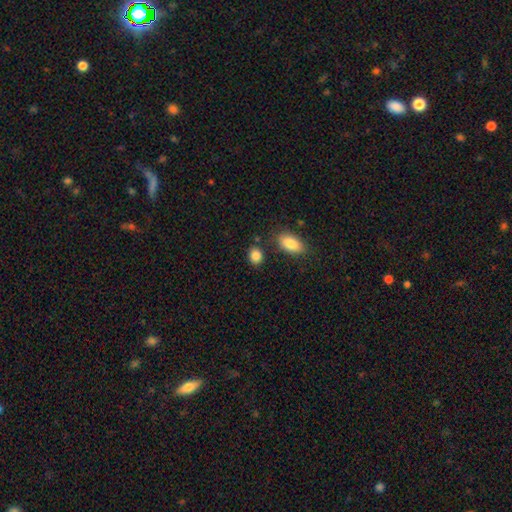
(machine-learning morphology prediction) smooth 86%, star or artifact 9%, featured or disk 5%. Down the decision tree: how rounded — in between (51%); merging — none (77%).